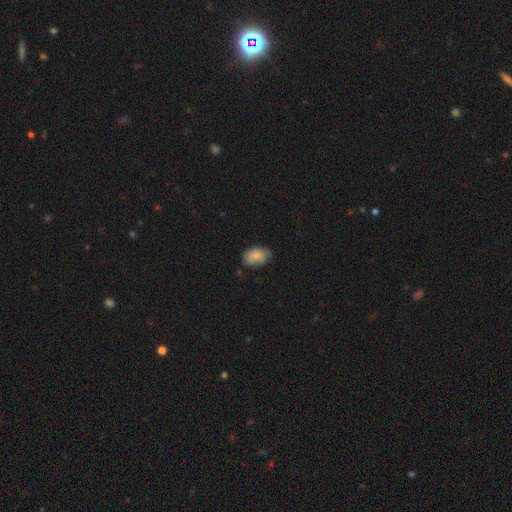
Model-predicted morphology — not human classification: type=smooth (79%); roundness=in between (86%); merging=none (55%).